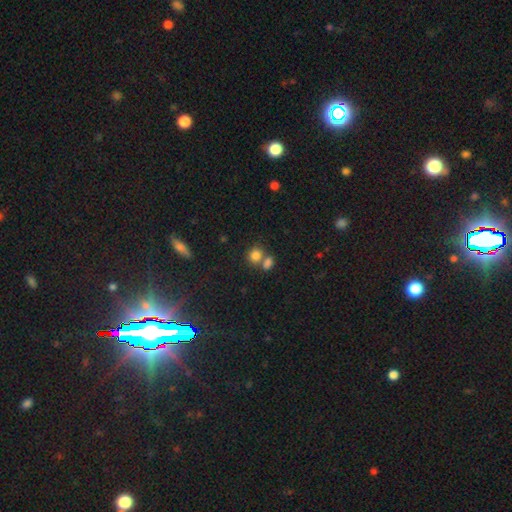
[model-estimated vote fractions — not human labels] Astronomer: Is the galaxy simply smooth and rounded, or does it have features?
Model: smooth — 81%.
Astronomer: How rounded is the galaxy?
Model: round — 69%.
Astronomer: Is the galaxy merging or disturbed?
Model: none — 44% (runner-up: merger, 43%).